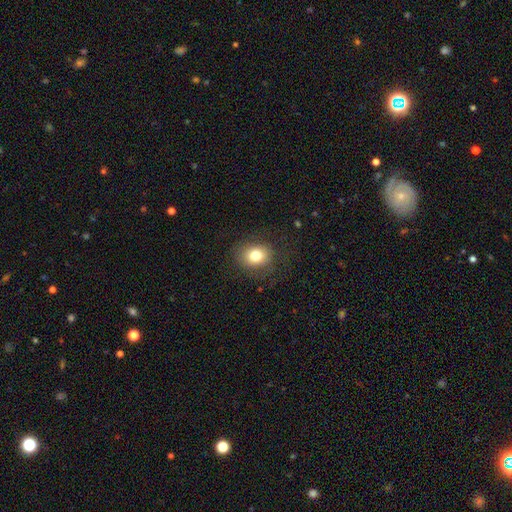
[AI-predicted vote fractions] Q: Smooth or featured?
A: smooth (79%); runner-up: star or artifact (11%)
Q: How rounded?
A: round (59%); runner-up: in between (40%)
Q: Merging?
A: none (81%); runner-up: minor disturbance (12%)